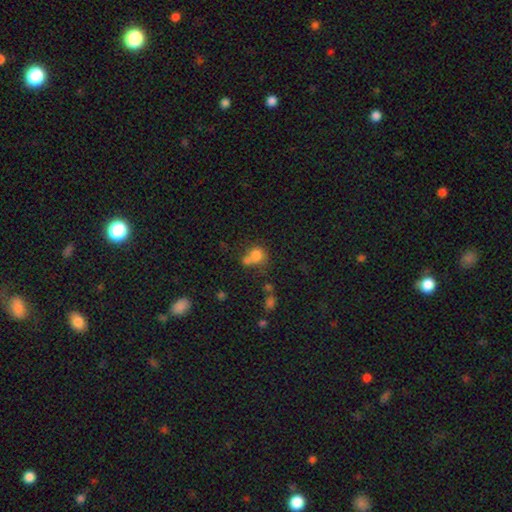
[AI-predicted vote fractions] Smooth or featured? Predicted: smooth (p=0.76). How rounded? Predicted: round (p=0.68). Merging? Predicted: merger (p=0.43).